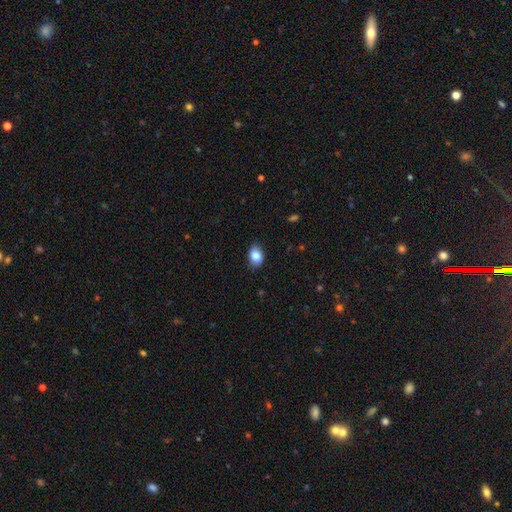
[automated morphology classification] A smooth galaxy with no disk features (85%) that is in between round and cigar-shaped (79%).

Vote fractions:
- Smooth or featured? smooth: 85% / star or artifact: 8% / featured or disk: 7%
- How rounded? in between: 79% / round: 20% / cigar-shaped: 1%
- Merging? none: 83% / minor disturbance: 14% / major disturbance: 2% / merger: 1%